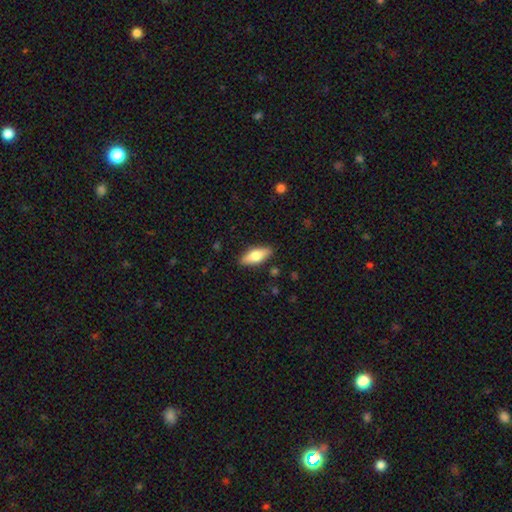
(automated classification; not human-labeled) This is likely a smooth galaxy (65%). How rounded: likely in between (70%). Merging: clearly none (87%).